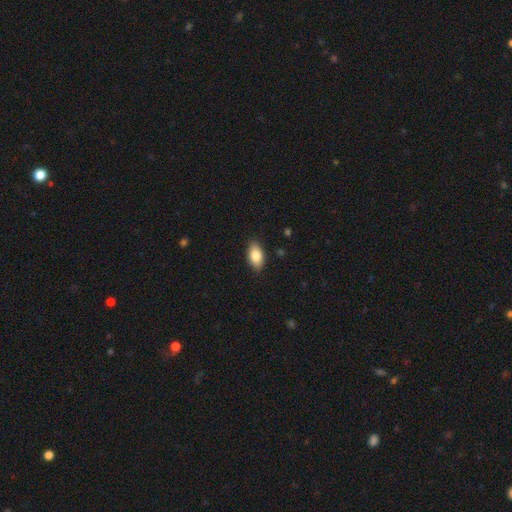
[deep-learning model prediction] smooth_or_featured: smooth (p=0.83) [alt: featured or disk p=0.10]
how_rounded: in between (p=0.92) [alt: round p=0.05]
merging: none (p=0.87) [alt: minor disturbance p=0.10]